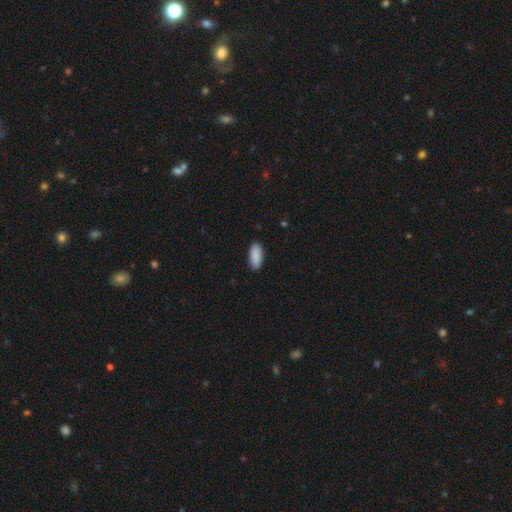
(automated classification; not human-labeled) Q: Smooth or featured?
A: smooth (89%); runner-up: star or artifact (6%)
Q: How rounded?
A: in between (87%); runner-up: cigar-shaped (12%)
Q: Merging?
A: none (89%); runner-up: minor disturbance (9%)